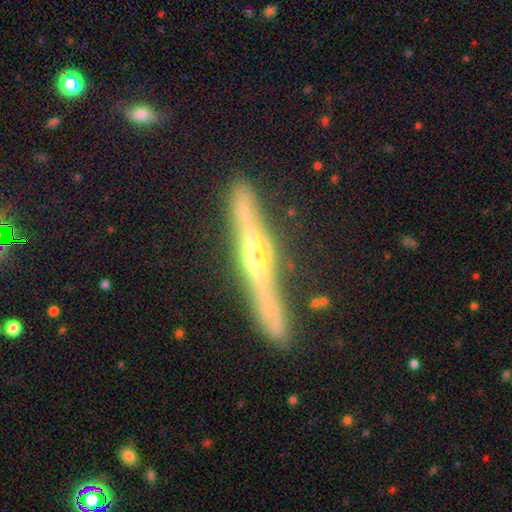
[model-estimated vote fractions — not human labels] smooth_or_featured: featured or disk (p=0.79) [alt: smooth p=0.14]
disk_edge_on: yes (p=0.96) [alt: no p=0.04]
edge_on_bulge: rounded (p=0.72) [alt: none p=0.19]
merging: none (p=0.83) [alt: minor disturbance p=0.12]